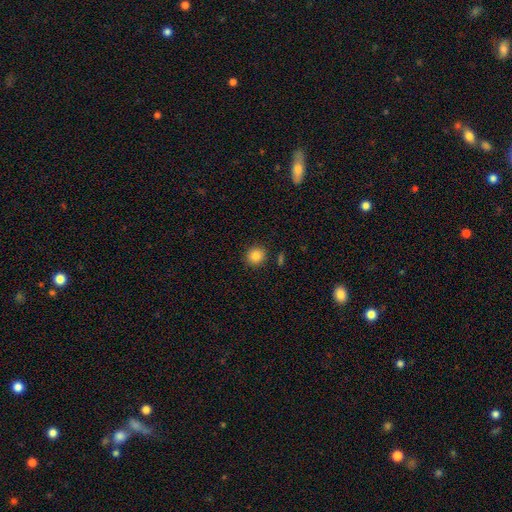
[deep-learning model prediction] A smooth galaxy with no disk features (85%) that is round (86%).

Vote fractions:
- Smooth or featured? smooth: 85% / star or artifact: 10% / featured or disk: 5%
- How rounded? round: 86% / in between: 13% / cigar-shaped: 1%
- Merging? none: 88% / minor disturbance: 7% / merger: 2% / major disturbance: 2%